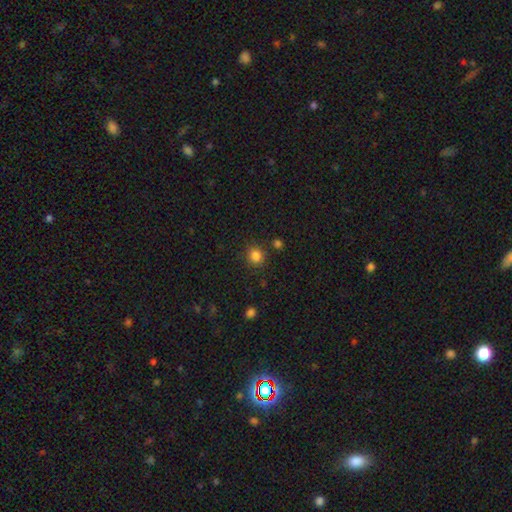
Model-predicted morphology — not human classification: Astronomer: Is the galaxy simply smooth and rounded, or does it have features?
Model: smooth — 84%.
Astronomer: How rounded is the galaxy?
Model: round — 86%.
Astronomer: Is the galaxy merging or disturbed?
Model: none — 85%.